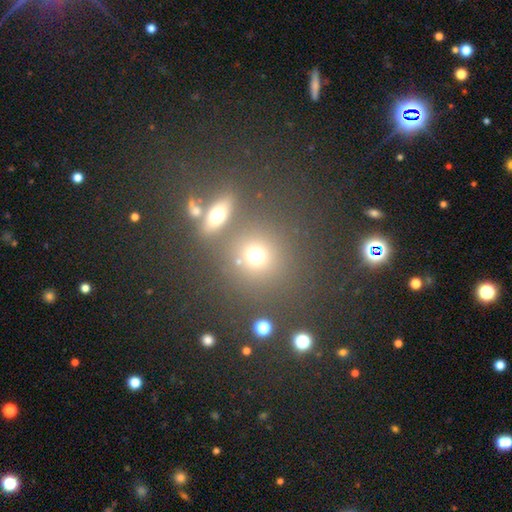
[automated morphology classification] The model was most divided on "merging": none: 63%, merger: 24%, minor disturbance: 9%, major disturbance: 5%. More confident: how rounded — round (86%); smooth or featured — smooth (71%).